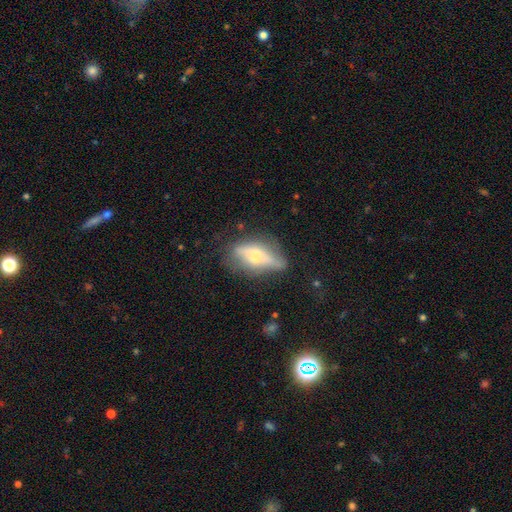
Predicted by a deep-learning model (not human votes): Morphology: type=featured or disk (51%); edge-on=yes (66%); merging=none (52%).